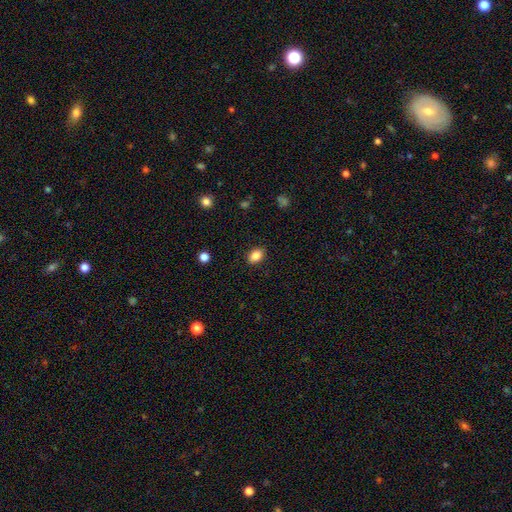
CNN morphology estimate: Smooth or featured?
  - smooth: 85% *
  - star or artifact: 9%
  - featured or disk: 5%
How rounded?
  - in between: 78% *
  - round: 21%
  - cigar-shaped: 1%
Merging?
  - none: 88% *
  - minor disturbance: 9%
  - major disturbance: 2%
  - merger: 1%